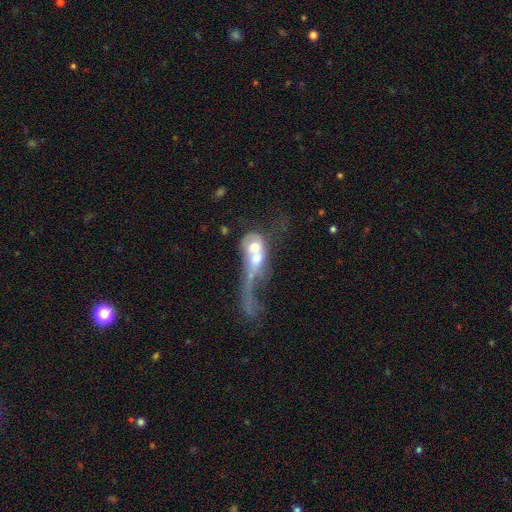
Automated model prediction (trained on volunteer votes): featured or disk 48%, smooth 43%, star or artifact 9%. Down the decision tree: merging — merger (73%).